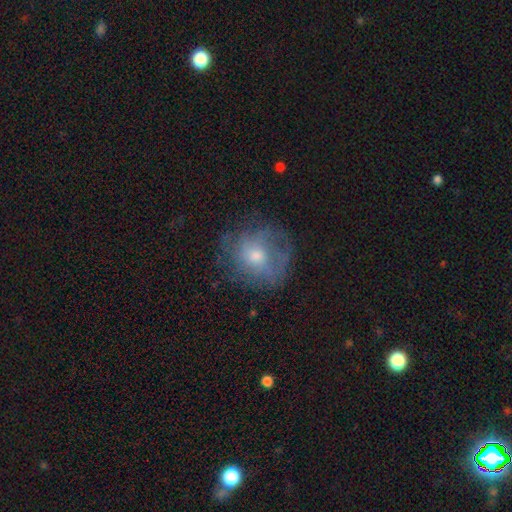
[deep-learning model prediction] Overall: smooth (46%; featured or disk 43%). Merging: none (62%).